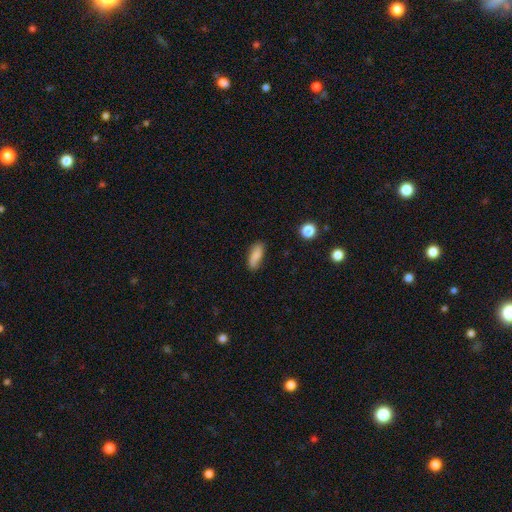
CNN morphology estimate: smooth 79%, featured or disk 13%, star or artifact 8%. Down the decision tree: how rounded — in between (74%); merging — none (79%).